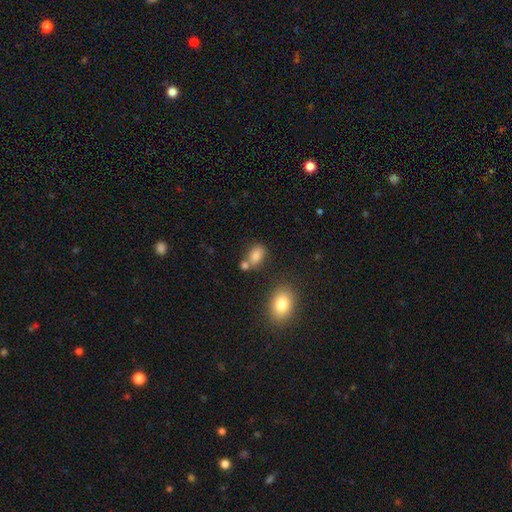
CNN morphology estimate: This is clearly a smooth galaxy (81%). How rounded: clearly in between (81%). Merging: possibly none (54%).